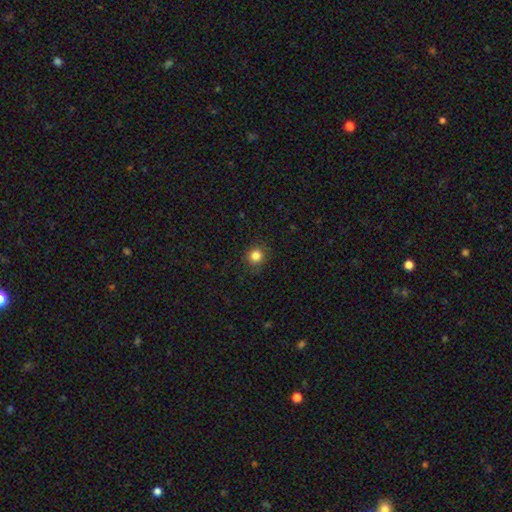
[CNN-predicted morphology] smooth-or-featured: smooth: 84% | star or artifact: 12% | featured or disk: 5%
  how-rounded: round: 90% | in between: 9% | cigar-shaped: 1%
  merging: none: 87% | minor disturbance: 9% | major disturbance: 3% | merger: 1%